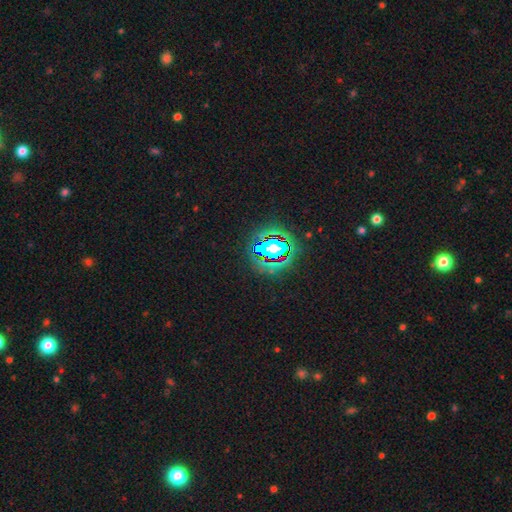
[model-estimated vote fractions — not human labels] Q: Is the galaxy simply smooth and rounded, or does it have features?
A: star or artifact — 81%.